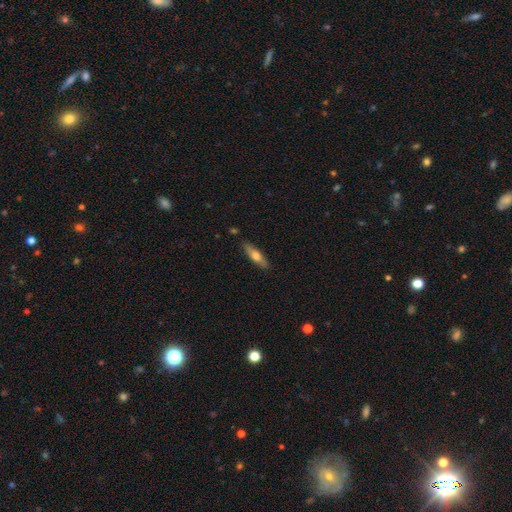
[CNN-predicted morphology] Smooth or featured? Predicted: smooth (p=0.60). How rounded? Predicted: cigar-shaped (p=0.66). Merging? Predicted: none (p=0.86).